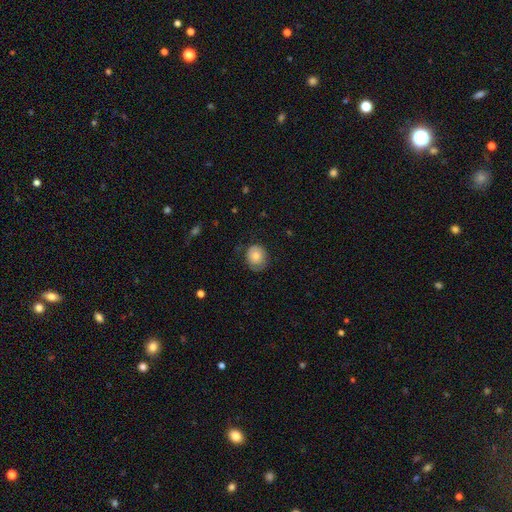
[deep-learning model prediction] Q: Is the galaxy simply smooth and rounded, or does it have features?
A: smooth — 71%.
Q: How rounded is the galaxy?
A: round — 75%.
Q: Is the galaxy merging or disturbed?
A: none — 66%.